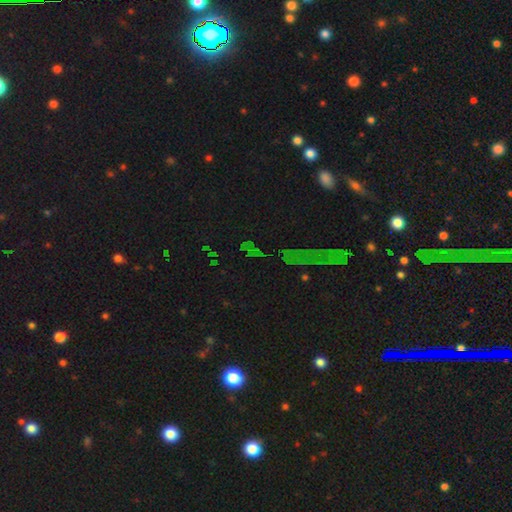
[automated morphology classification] Q: Smooth or featured?
A: star or artifact (65%); runner-up: smooth (20%)